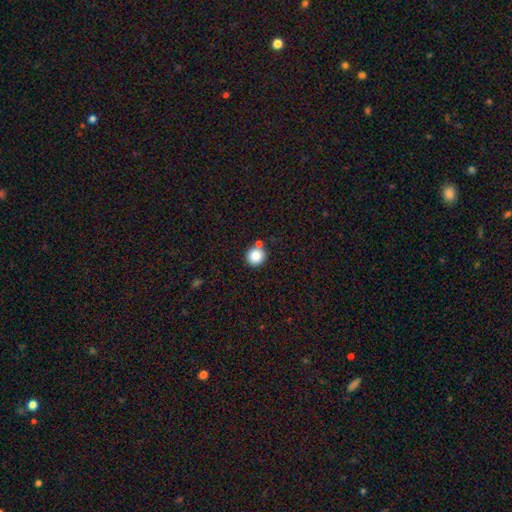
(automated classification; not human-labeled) smooth_or_featured: smooth (p=0.85) [alt: star or artifact p=0.10]
how_rounded: round (p=0.92) [alt: in between p=0.07]
merging: none (p=0.74) [alt: merger p=0.15]